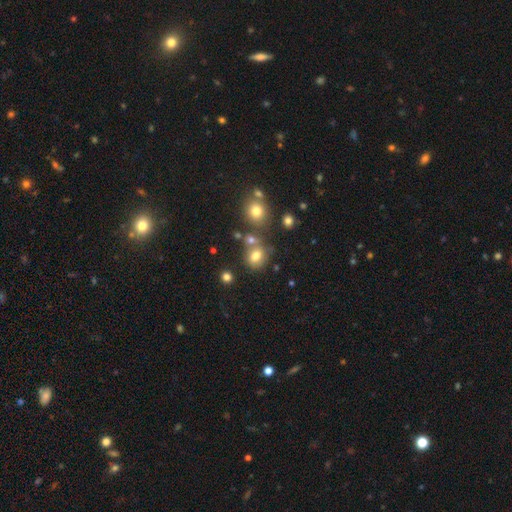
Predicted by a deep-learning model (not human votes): Smooth or featured? Predicted: smooth (p=0.74). How rounded? Predicted: round (p=0.59). Merging? Predicted: none (p=0.59).